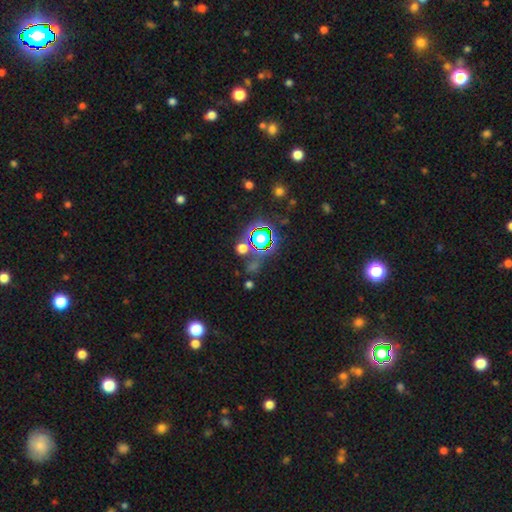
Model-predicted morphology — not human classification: type=star or artifact (78%).